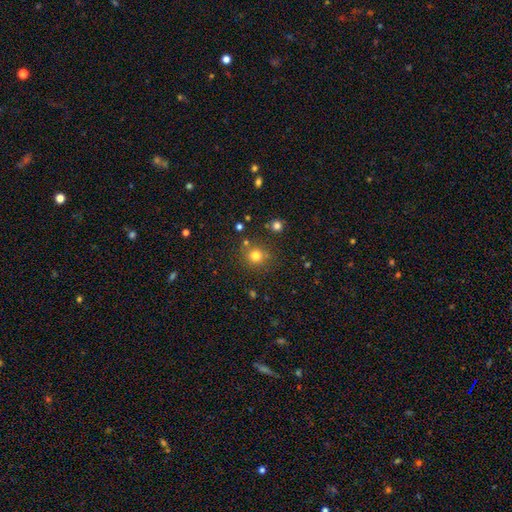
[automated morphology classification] A smooth galaxy with no disk features (77%) that is round (89%). Merging: none (79%).